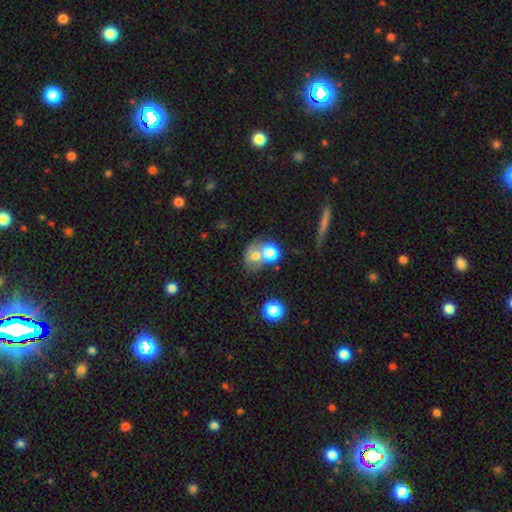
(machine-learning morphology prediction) A smooth galaxy with no disk features (61%) that is round (55%). Merging: merger (50%).